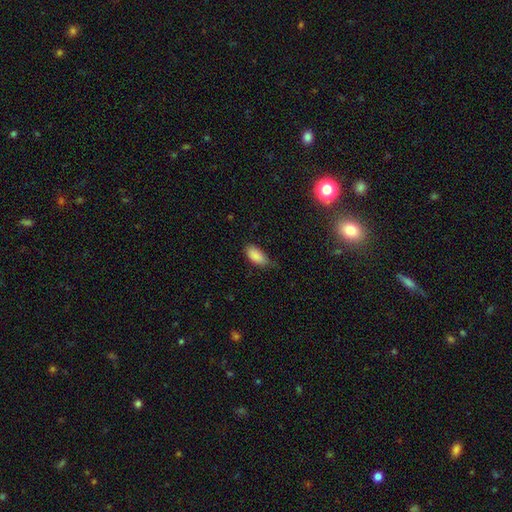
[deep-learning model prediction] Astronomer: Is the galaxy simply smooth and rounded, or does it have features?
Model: smooth — 88%.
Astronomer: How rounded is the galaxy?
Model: in between — 92%.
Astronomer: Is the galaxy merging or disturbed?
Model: none — 55% (runner-up: minor disturbance, 36%).